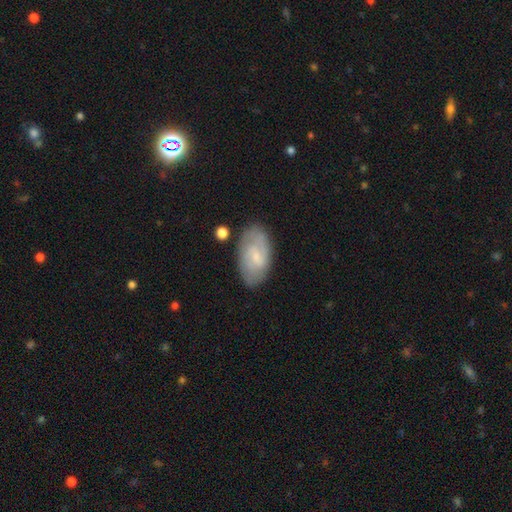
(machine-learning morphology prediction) Smooth or featured? Predicted: featured or disk (p=0.52). Edge-on disk? Predicted: no (p=0.94). Merging? Predicted: none (p=0.77).